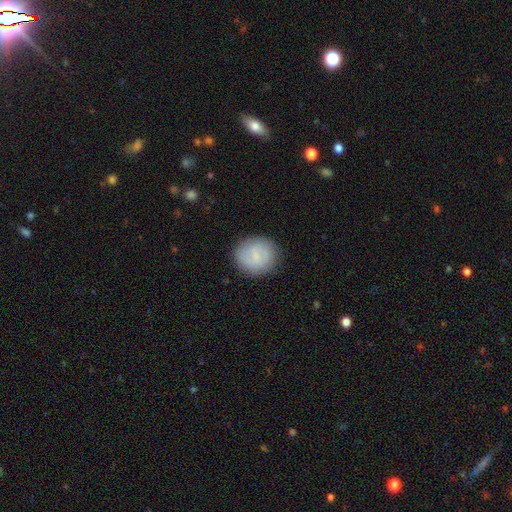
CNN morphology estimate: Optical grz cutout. It shows a smooth galaxy with no disk features (63%) that is round (82%). Merging: none (84%).